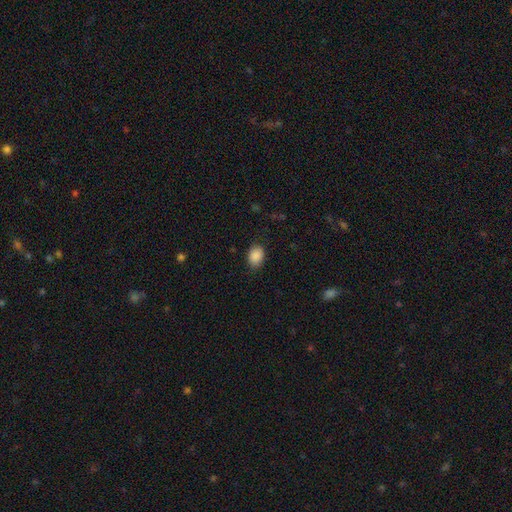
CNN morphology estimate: smooth-or-featured: smooth: 89% | star or artifact: 8% | featured or disk: 3%
  how-rounded: in between: 72% | round: 27% | cigar-shaped: 1%
  merging: none: 84% | minor disturbance: 12% | major disturbance: 3% | merger: 1%